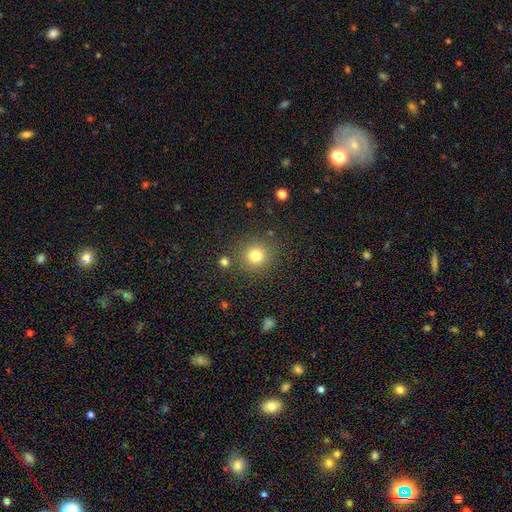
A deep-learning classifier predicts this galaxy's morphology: Smooth or featured: smooth — 79% (star or artifact — 14%)
How rounded: round — 94% (in between — 5%)
Merging: none — 86% (minor disturbance — 7%)